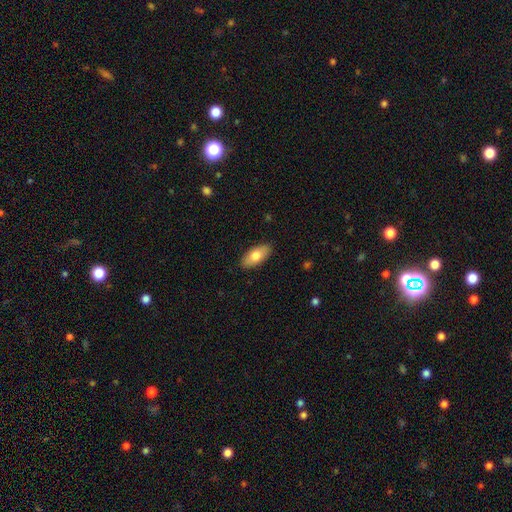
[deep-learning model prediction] Smooth or featured? Predicted: smooth (p=0.76). How rounded? Predicted: in between (p=0.90). Merging? Predicted: none (p=0.89).